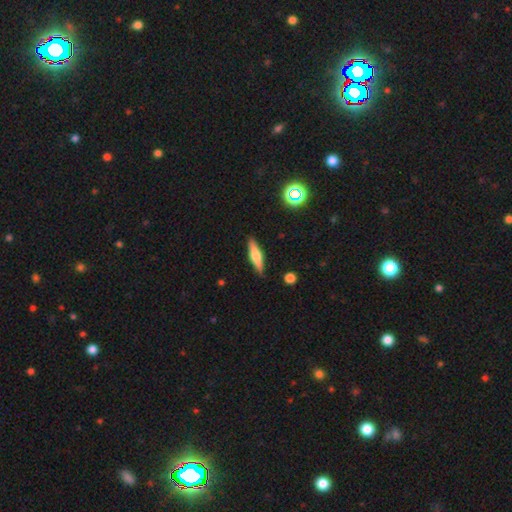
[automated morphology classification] A smooth galaxy with no disk features (49%). Merging: none (88%).